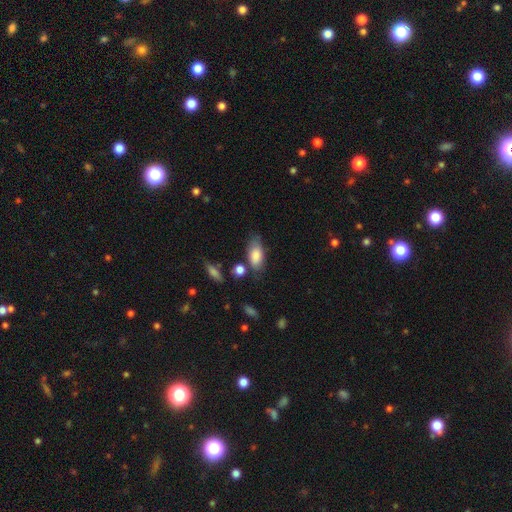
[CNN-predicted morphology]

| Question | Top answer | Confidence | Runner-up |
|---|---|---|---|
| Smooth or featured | smooth | 82% | featured or disk (11%) |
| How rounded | in between | 89% | cigar-shaped (7%) |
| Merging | none | 63% | minor disturbance (23%) |